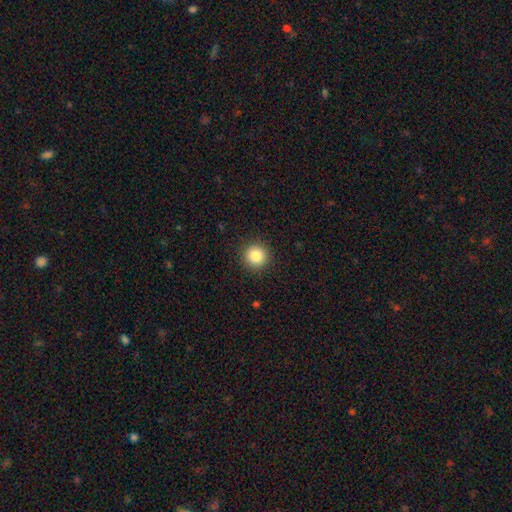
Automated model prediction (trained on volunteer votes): Smooth or featured?
  - smooth: 85% *
  - star or artifact: 10%
  - featured or disk: 5%
How rounded?
  - round: 95% *
  - in between: 4%
  - cigar-shaped: 1%
Merging?
  - none: 92% *
  - minor disturbance: 5%
  - major disturbance: 2%
  - merger: 1%